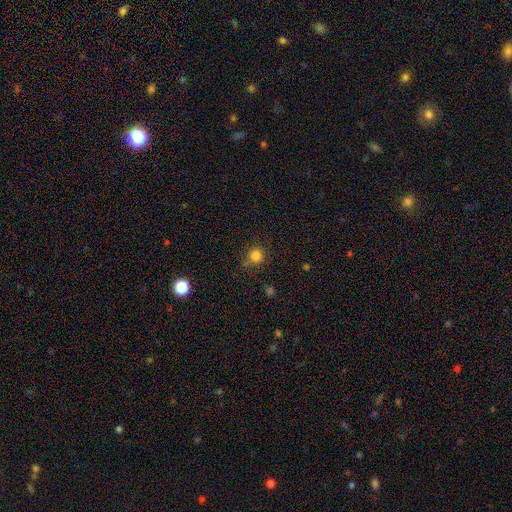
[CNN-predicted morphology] Q: Smooth or featured?
A: smooth (82%); runner-up: star or artifact (13%)
Q: How rounded?
A: round (92%); runner-up: in between (7%)
Q: Merging?
A: none (78%); runner-up: minor disturbance (13%)